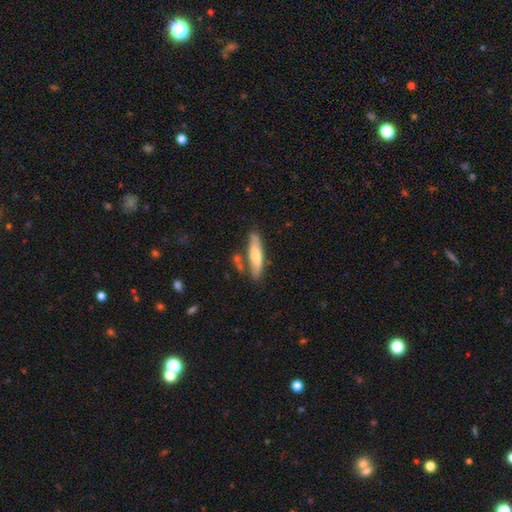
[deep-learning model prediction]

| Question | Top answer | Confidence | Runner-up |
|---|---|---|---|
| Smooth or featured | smooth | 64% | featured or disk (30%) |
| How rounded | cigar-shaped | 71% | in between (27%) |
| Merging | none | 67% | minor disturbance (18%) |